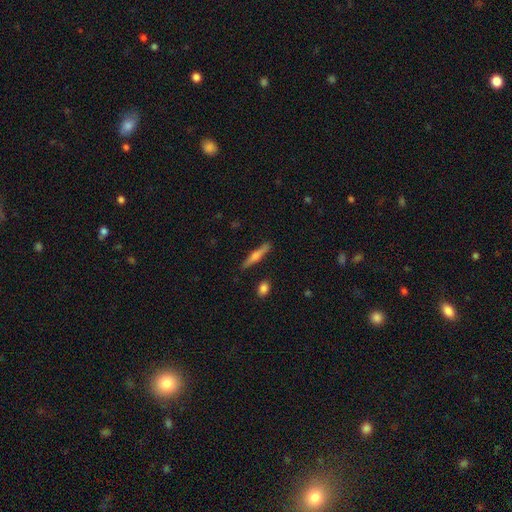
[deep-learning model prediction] Overall: featured or disk (56%; smooth 37%). Edge-on disk: yes (96%). Edge-on bulge: rounded (83%). Merging: none (87%).